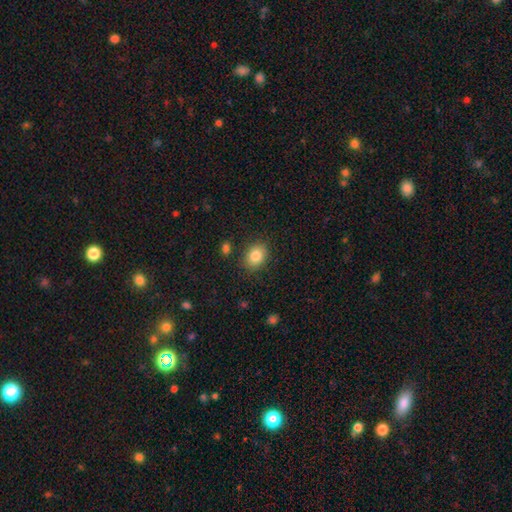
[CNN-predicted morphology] This appears to be a smooth galaxy with no disk features (85%) that is in between round and cigar-shaped (58%). Merging: none (84%).